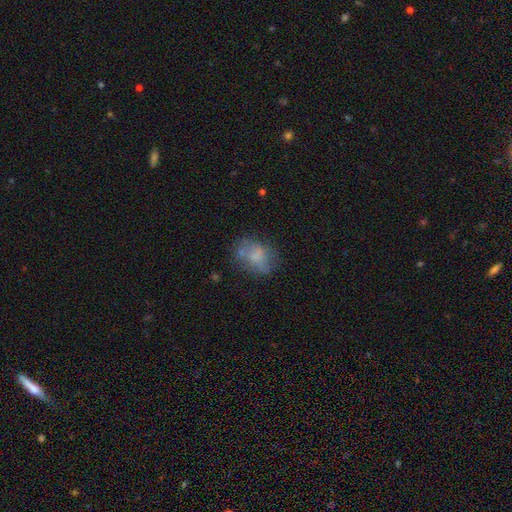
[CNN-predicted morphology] A smooth galaxy with no disk features (56%) that is in between round and cigar-shaped (69%).

Vote fractions:
- Smooth or featured? smooth: 56% / featured or disk: 33% / star or artifact: 11%
- How rounded? in between: 69% / round: 29% / cigar-shaped: 2%
- Merging? none: 49% / minor disturbance: 25% / major disturbance: 16% / merger: 9%